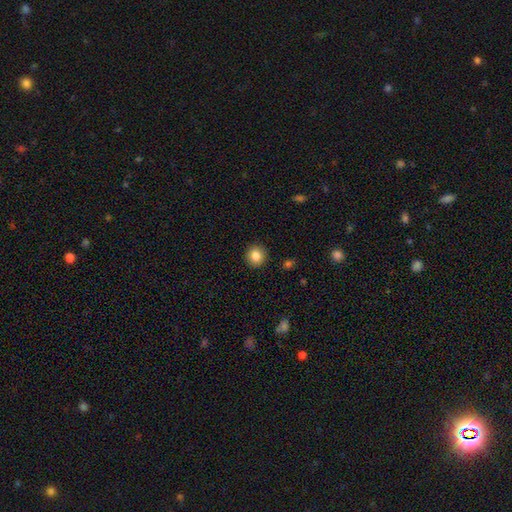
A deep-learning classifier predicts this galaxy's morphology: Smooth or featured?
  - smooth: 85% *
  - star or artifact: 10%
  - featured or disk: 6%
How rounded?
  - round: 89% *
  - in between: 10%
  - cigar-shaped: 1%
Merging?
  - none: 92% *
  - minor disturbance: 5%
  - major disturbance: 2%
  - merger: 1%